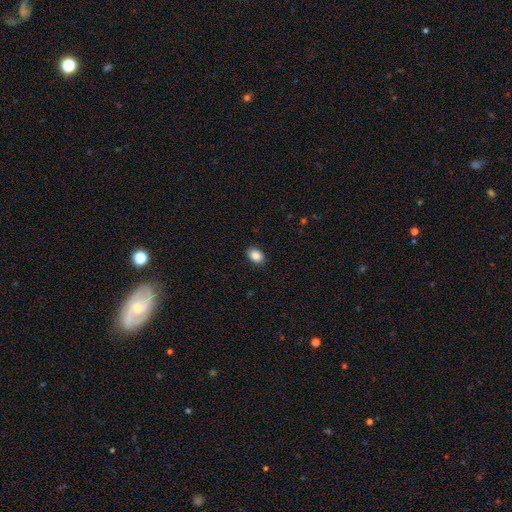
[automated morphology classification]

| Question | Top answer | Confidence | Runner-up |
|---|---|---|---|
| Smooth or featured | smooth | 88% | star or artifact (8%) |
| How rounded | in between | 72% | round (27%) |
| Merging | none | 89% | minor disturbance (8%) |